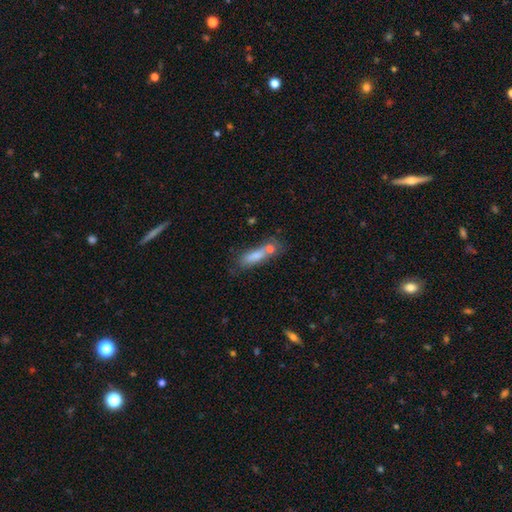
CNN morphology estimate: Smooth or featured: smooth — 75% (featured or disk — 16%)
How rounded: cigar-shaped — 52% (in between — 43%)
Merging: none — 44% (merger — 32%)